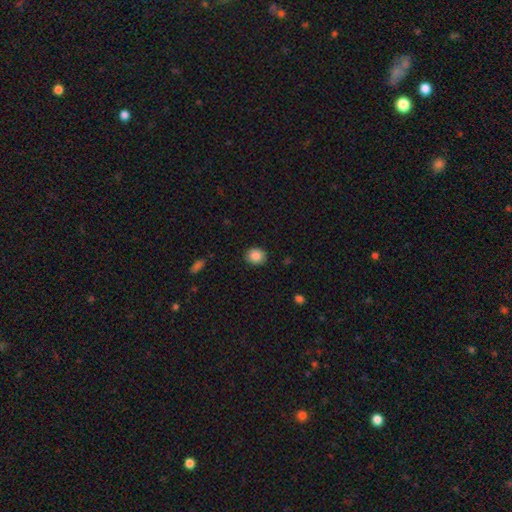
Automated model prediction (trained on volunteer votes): smooth-or-featured: smooth: 86% | star or artifact: 9% | featured or disk: 6%
  how-rounded: round: 69% | in between: 30% | cigar-shaped: 1%
  merging: none: 90% | minor disturbance: 7% | major disturbance: 2% | merger: 1%